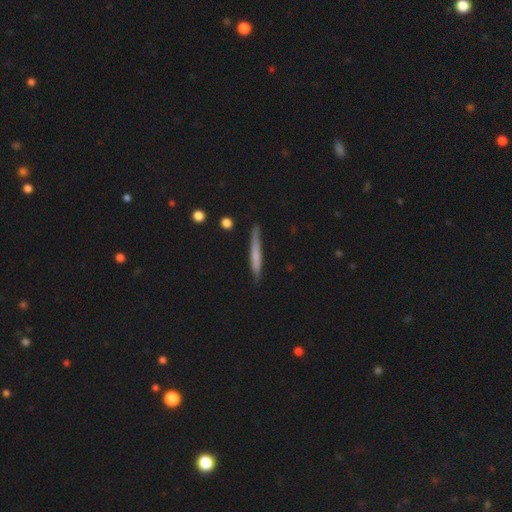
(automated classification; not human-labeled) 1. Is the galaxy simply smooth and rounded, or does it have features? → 60% smooth, 34% featured or disk, 6% star or artifact.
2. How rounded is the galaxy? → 95% cigar-shaped, 3% in between, 1% round.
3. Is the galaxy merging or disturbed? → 81% none, 15% minor disturbance, 2% major disturbance, 2% merger.